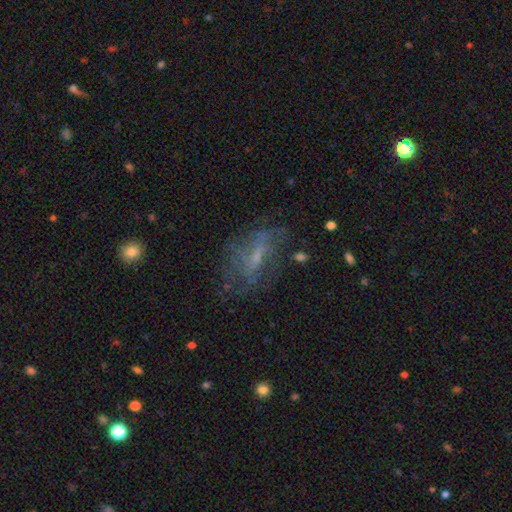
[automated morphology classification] A featured or disk galaxy (58%) with a weak bar (43%), spiral arms (55%) and a small central bulge (51%).

Vote fractions:
- Smooth or featured? featured or disk: 58% / smooth: 28% / star or artifact: 14%
- Edge-on disk? no: 89% / yes: 11%
- Bar? weak: 43% / no: 42% / strong: 16%
- Spiral arms? yes: 55% / no: 45%
- Bulge size? small: 51% / moderate: 24% / none: 21% / large: 2% / dominant: 1%
- Merging? none: 55% / minor disturbance: 21% / major disturbance: 21% / merger: 3%